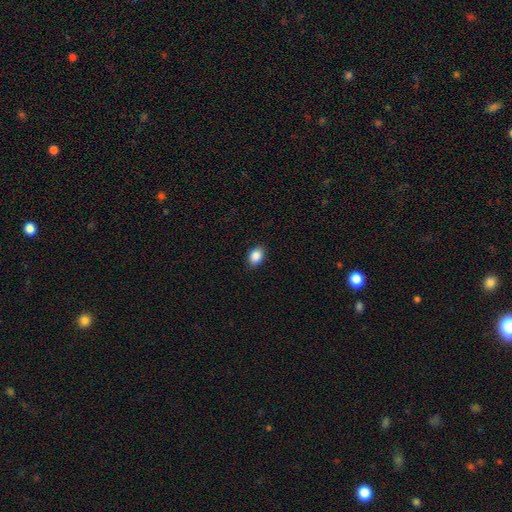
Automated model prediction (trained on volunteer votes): Morphology: type=smooth (88%); roundness=in between (78%); merging=none (89%).